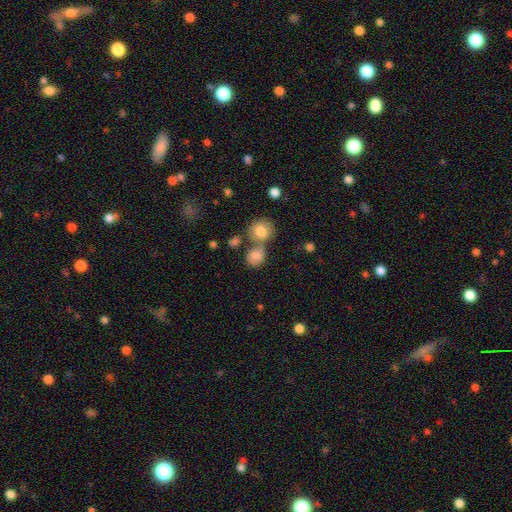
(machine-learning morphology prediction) Smooth or featured? Predicted: smooth (p=0.75). How rounded? Predicted: round (p=0.75). Merging? Predicted: none (p=0.43).